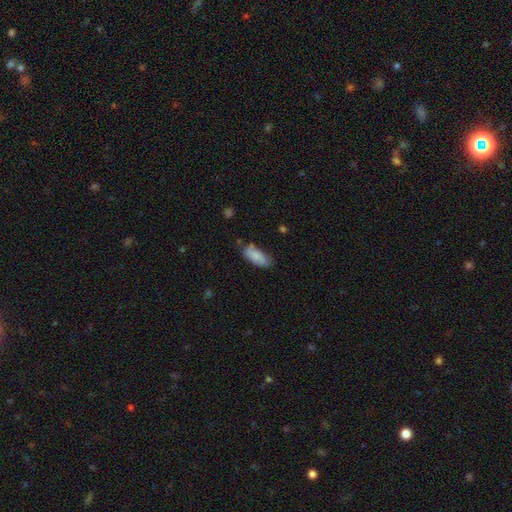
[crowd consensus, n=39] Q: Smooth or featured?
A: smooth (82%); runner-up: featured or disk (13%)
Q: How rounded?
A: in between (88%); runner-up: cigar-shaped (9%)
Q: Merging?
A: none (68%); runner-up: minor disturbance (24%)